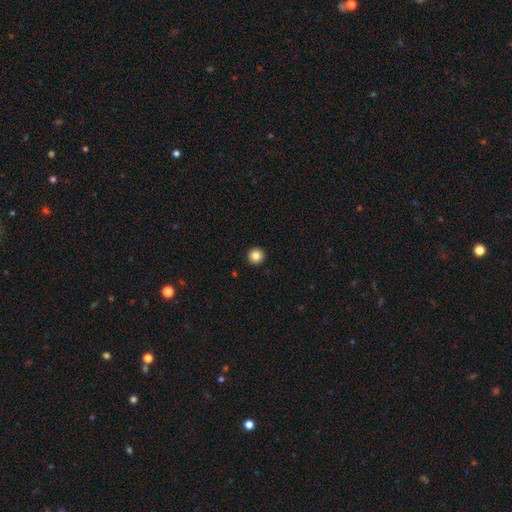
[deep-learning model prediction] smooth-or-featured: smooth: 85% | star or artifact: 10% | featured or disk: 5%
  how-rounded: round: 96% | in between: 3% | cigar-shaped: 1%
  merging: none: 94% | minor disturbance: 4% | major disturbance: 1% | merger: 1%